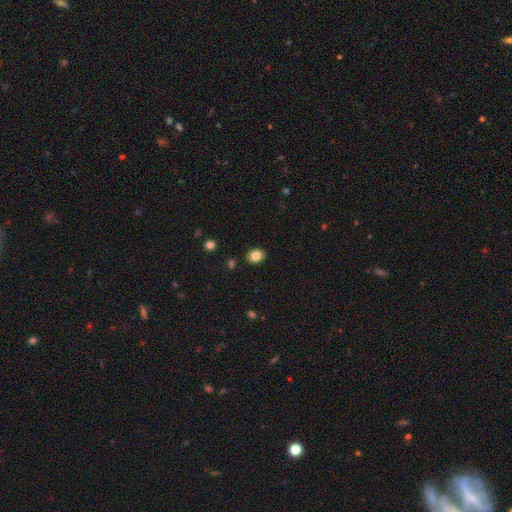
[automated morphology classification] Smooth or featured? Predicted: smooth (p=0.83). How rounded? Predicted: in between (p=0.57). Merging? Predicted: none (p=0.89).